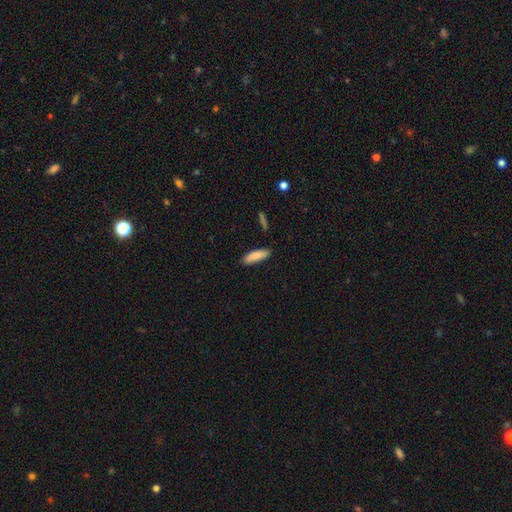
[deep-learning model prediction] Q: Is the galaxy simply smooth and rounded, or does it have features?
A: smooth — 87%.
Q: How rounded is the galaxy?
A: in between — 50%.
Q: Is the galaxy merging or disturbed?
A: none — 85%.